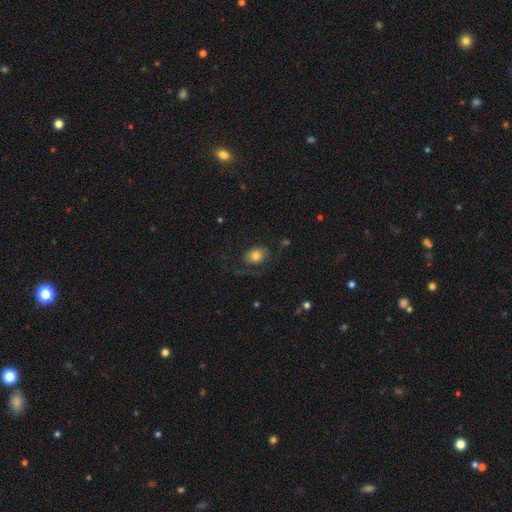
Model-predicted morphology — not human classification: A smooth galaxy with no disk features (72%) that is in between round and cigar-shaped (69%).

Vote fractions:
- Smooth or featured? smooth: 72% / featured or disk: 19% / star or artifact: 9%
- How rounded? in between: 69% / round: 29% / cigar-shaped: 1%
- Merging? none: 54% / major disturbance: 24% / minor disturbance: 20% / merger: 2%